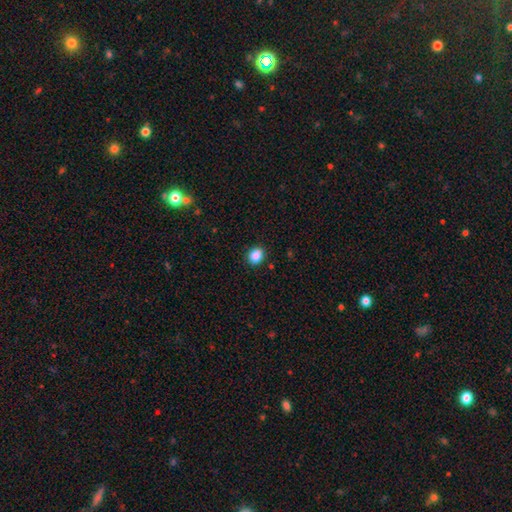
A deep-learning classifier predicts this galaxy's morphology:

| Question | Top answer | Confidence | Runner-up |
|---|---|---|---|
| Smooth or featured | smooth | 87% | star or artifact (9%) |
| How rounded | round | 56% | in between (43%) |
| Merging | none | 90% | minor disturbance (7%) |